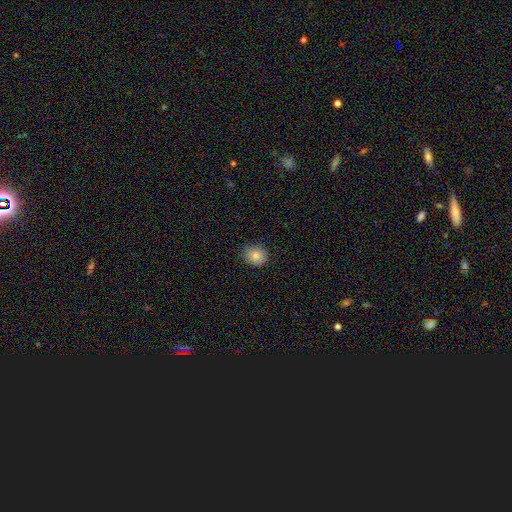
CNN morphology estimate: A smooth galaxy with no disk features (84%) that is round (73%).

Vote fractions:
- Smooth or featured? smooth: 84% / star or artifact: 10% / featured or disk: 6%
- How rounded? round: 73% / in between: 26% / cigar-shaped: 1%
- Merging? none: 86% / minor disturbance: 11% / major disturbance: 2% / merger: 1%